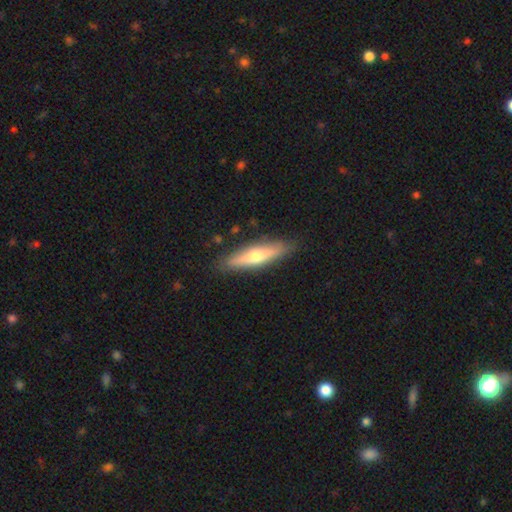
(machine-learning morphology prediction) smooth-or-featured: featured or disk: 51% | smooth: 44% | star or artifact: 5%
  disk-edge-on: yes: 91% | no: 9%
  merging: none: 87% | minor disturbance: 9% | major disturbance: 2% | merger: 1%